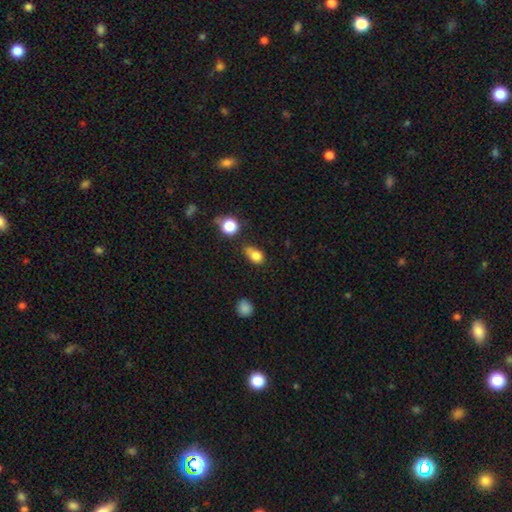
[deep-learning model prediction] A smooth galaxy with no disk features (80%) that is in between round and cigar-shaped (63%).

Vote fractions:
- Smooth or featured? smooth: 80% / star or artifact: 12% / featured or disk: 8%
- How rounded? in between: 63% / round: 35% / cigar-shaped: 2%
- Merging? none: 42% / minor disturbance: 29% / merger: 19% / major disturbance: 10%